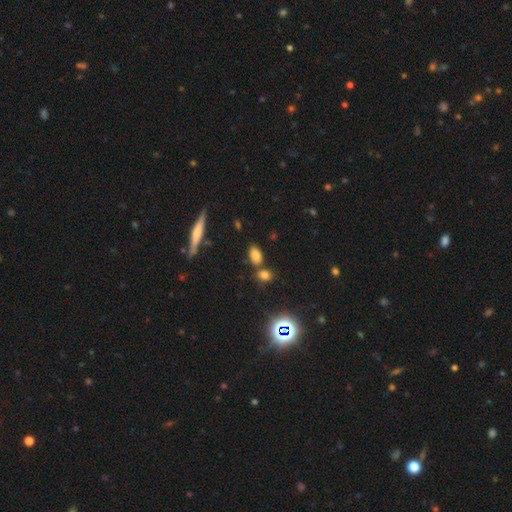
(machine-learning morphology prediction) Overall: smooth (78%). How rounded: in between (83%). Merging: none (66%).